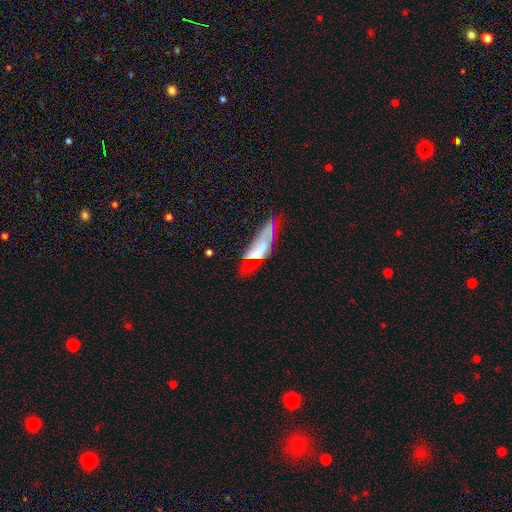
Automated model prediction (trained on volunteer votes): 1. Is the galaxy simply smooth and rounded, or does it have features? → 45% featured or disk, 43% smooth, 11% star or artifact.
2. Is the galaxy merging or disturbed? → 45% none, 26% minor disturbance, 19% major disturbance, 11% merger.